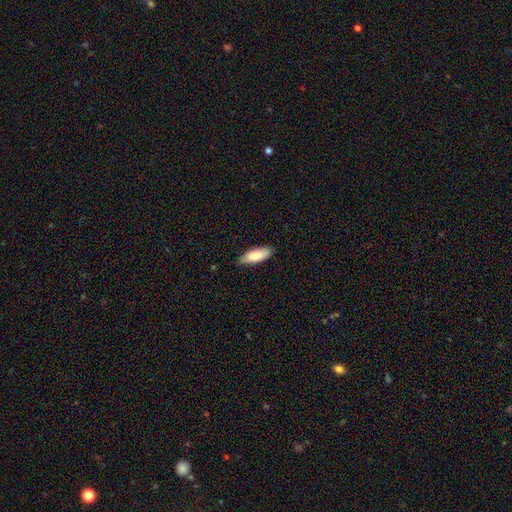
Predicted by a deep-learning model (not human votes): Smooth or featured? Predicted: smooth (p=0.81). How rounded? Predicted: in between (p=0.70). Merging? Predicted: none (p=0.80).